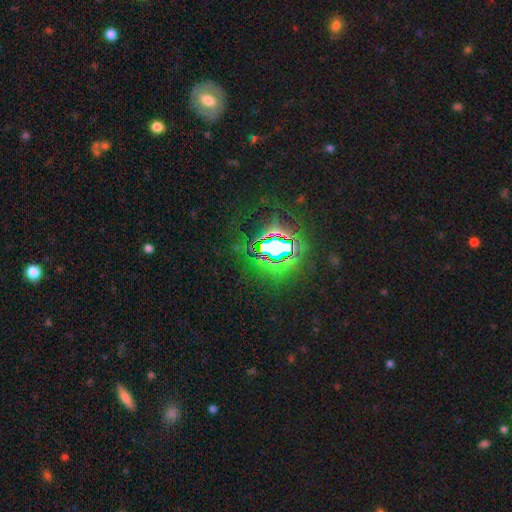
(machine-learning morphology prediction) A star or artifact, not a galaxy (83%).